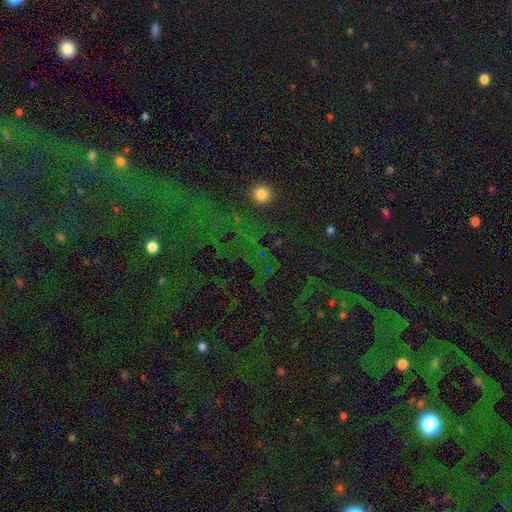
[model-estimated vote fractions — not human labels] Smooth or featured?
  - star or artifact: 79% *
  - smooth: 13%
  - featured or disk: 9%